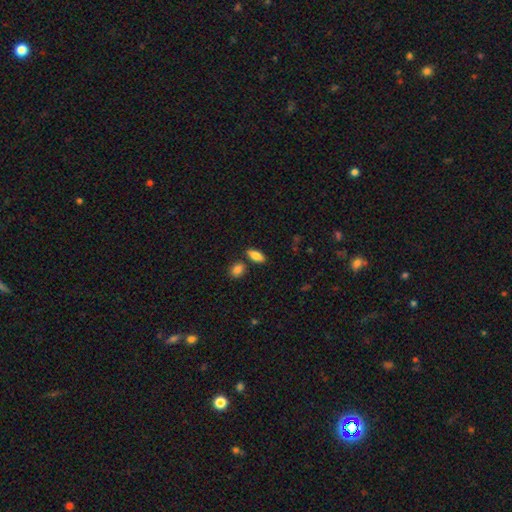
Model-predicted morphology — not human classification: Overall: smooth (84%). How rounded: in between (85%). Merging: none (75%).